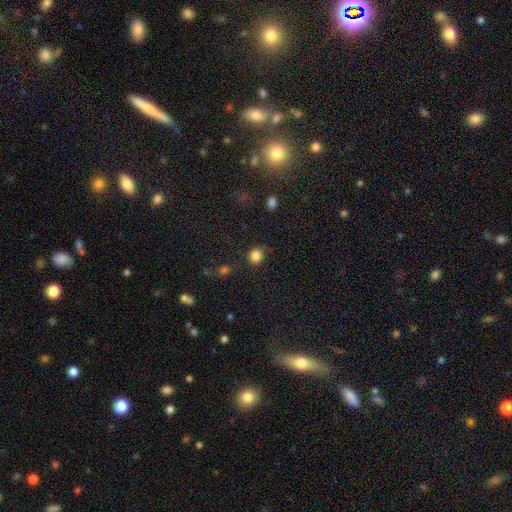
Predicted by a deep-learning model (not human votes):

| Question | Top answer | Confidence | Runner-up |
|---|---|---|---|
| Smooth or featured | smooth | 84% | star or artifact (11%) |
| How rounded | round | 83% | in between (16%) |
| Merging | none | 75% | minor disturbance (17%) |